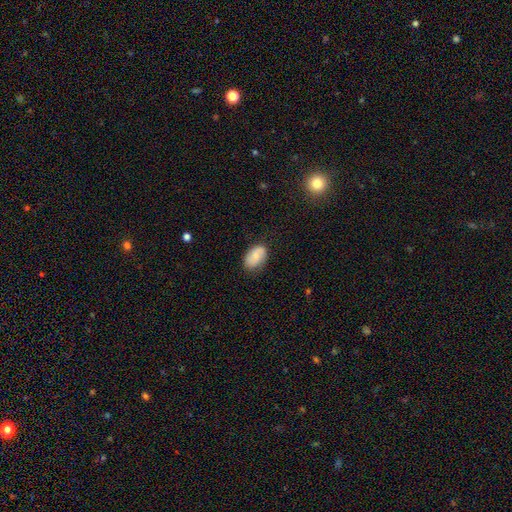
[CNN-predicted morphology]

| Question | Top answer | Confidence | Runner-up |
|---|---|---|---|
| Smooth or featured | smooth | 65% | featured or disk (28%) |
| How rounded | in between | 88% | round (10%) |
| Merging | none | 75% | minor disturbance (20%) |